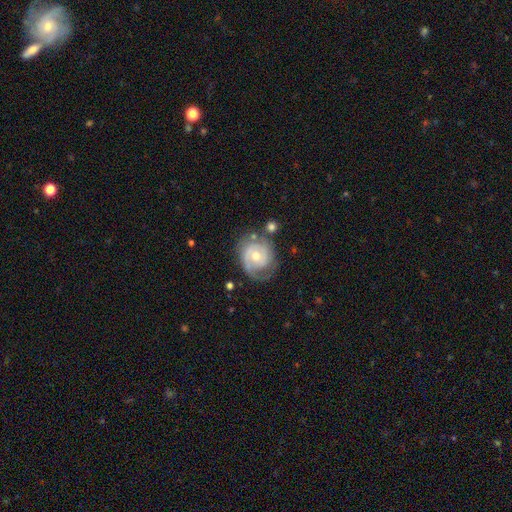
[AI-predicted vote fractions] Overall: featured or disk (79%). Edge-on disk: no (98%). Bar: no (65%; weak 30%). Spiral arms: yes (92%). Spiral arm count: 2 (53%; 1 22%). Spiral winding: tight (58%; medium 32%). Bulge size: moderate (58%; small 37%). Merging: none (63%).